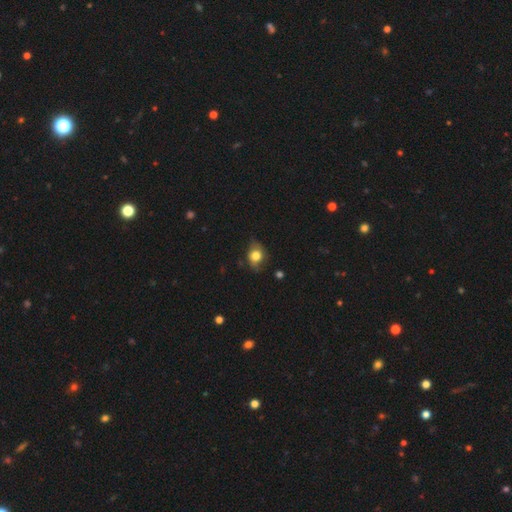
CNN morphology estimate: type=smooth (72%); roundness=in between (53%); merging=none (64%).